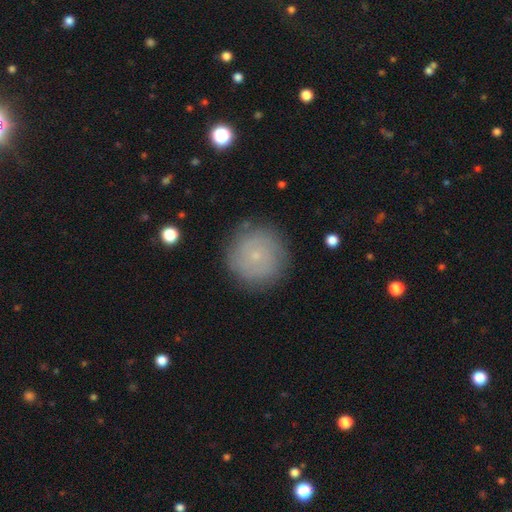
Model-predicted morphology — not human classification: smooth 49%, featured or disk 41%, star or artifact 11%. Down the decision tree: merging — none (83%).